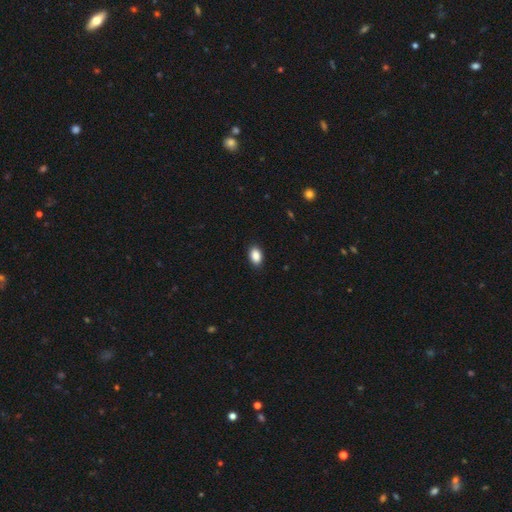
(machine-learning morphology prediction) Overall: smooth (89%). How rounded: in between (89%). Merging: none (89%).